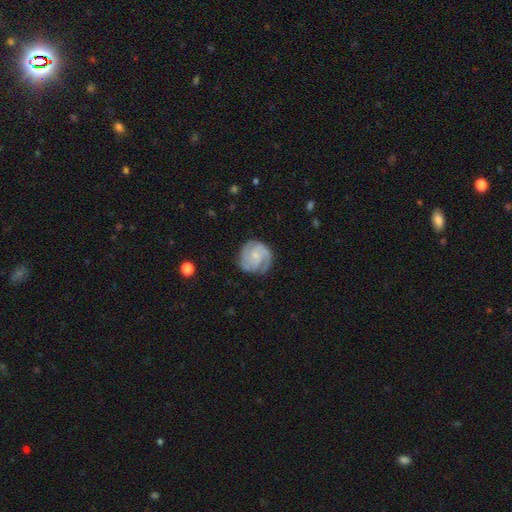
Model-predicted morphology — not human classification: Q: Smooth or featured?
A: featured or disk (78%); runner-up: smooth (17%)
Q: Edge-on disk?
A: no (98%); runner-up: yes (2%)
Q: Bar?
A: no (68%); runner-up: weak (28%)
Q: Spiral arms?
A: yes (96%); runner-up: no (4%)
Q: Spiral winding?
A: tight (53%); runner-up: medium (37%)
Q: Spiral arm count?
A: 3 (36%); runner-up: 2 (33%)
Q: Bulge size?
A: small (66%); runner-up: moderate (19%)
Q: Merging?
A: none (74%); runner-up: minor disturbance (18%)